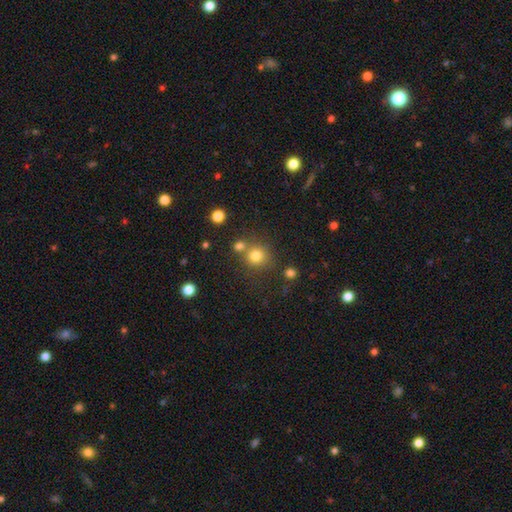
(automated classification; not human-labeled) Smooth or featured: smooth — 78% (star or artifact — 15%)
How rounded: round — 89% (in between — 10%)
Merging: none — 68% (merger — 19%)